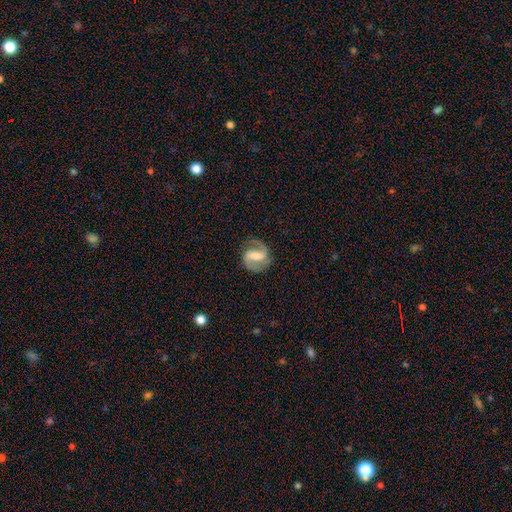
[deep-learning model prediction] This appears to be a featured or disk galaxy (85%) with a strong bar (50%), 2 (91%) medium (56%) spiral arms (96%) and a moderate central bulge (40%). Merging: none (80%).